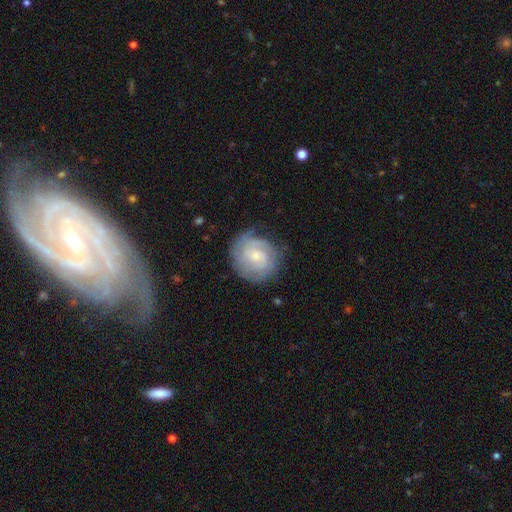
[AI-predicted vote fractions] A featured or disk galaxy (71%) with no bar (55%), tight (61%) spiral arms (92%) and a small central bulge (64%). Merging: none (75%).